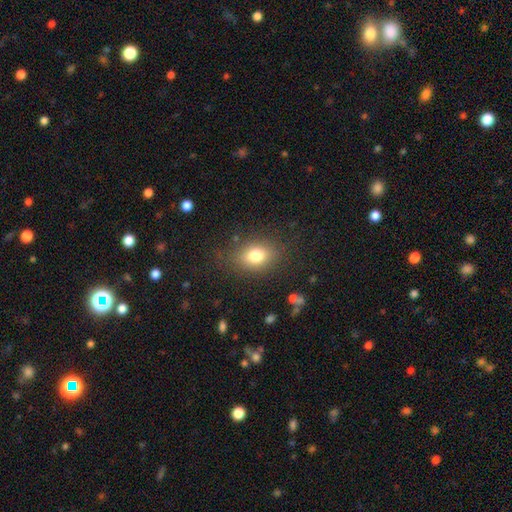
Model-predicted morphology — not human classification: smooth_or_featured: smooth (p=0.78) [alt: featured or disk p=0.11]
how_rounded: in between (p=0.71) [alt: round p=0.27]
merging: none (p=0.80) [alt: minor disturbance p=0.13]